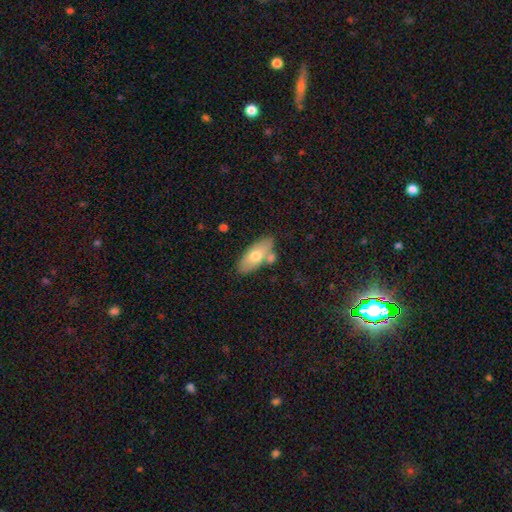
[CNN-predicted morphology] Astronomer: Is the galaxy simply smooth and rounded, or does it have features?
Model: smooth — 68%.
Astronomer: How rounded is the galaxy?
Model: in between — 85%.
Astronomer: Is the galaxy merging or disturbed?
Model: none — 68%.